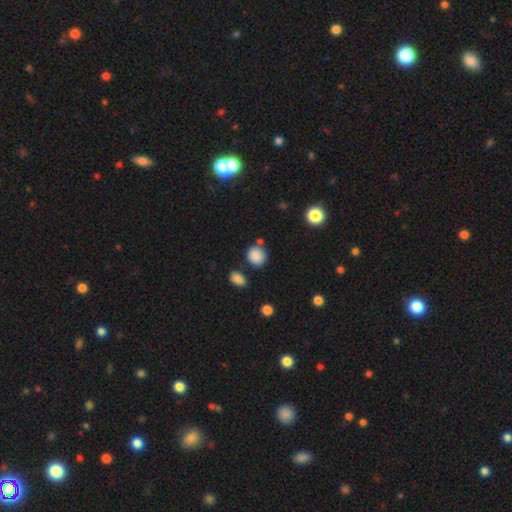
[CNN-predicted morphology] A smooth galaxy with no disk features (86%) that is round (83%). Merging: none (75%).